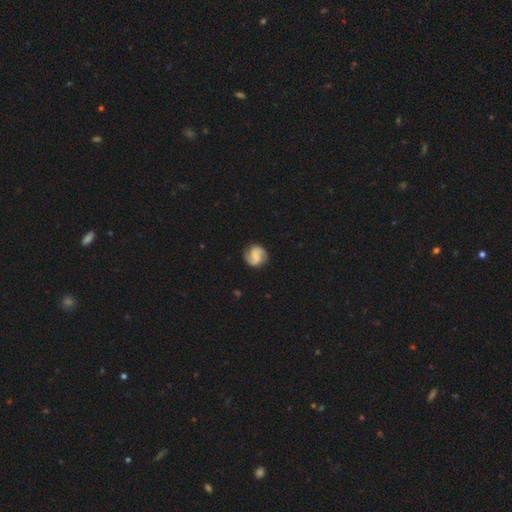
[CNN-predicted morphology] This appears to be a featured or disk galaxy (73%) with a weak bar (45%), 2 (91%) medium (47%) spiral arms (96%) and no central bulge (52%). Merging: none (85%).